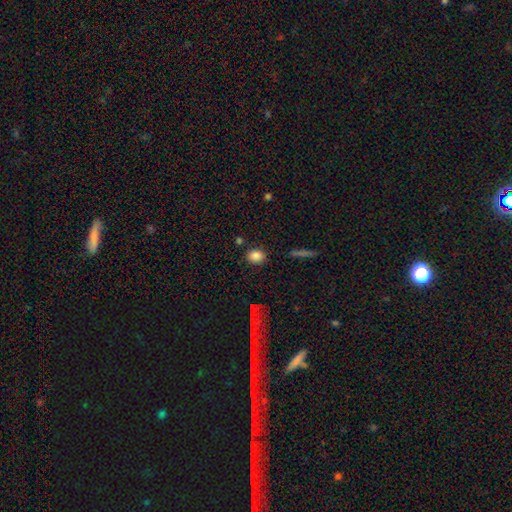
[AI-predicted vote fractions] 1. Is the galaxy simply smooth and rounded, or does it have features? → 85% smooth, 9% star or artifact, 6% featured or disk.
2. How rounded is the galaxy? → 54% in between, 44% round, 2% cigar-shaped.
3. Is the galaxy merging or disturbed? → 85% none, 9% minor disturbance, 3% merger, 3% major disturbance.